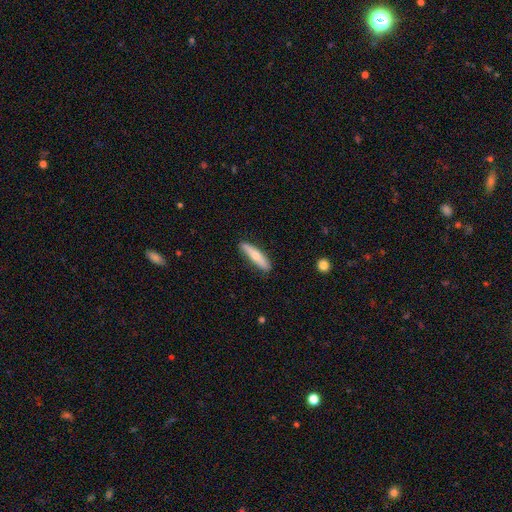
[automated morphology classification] Smooth or featured?
  - smooth: 63% *
  - featured or disk: 32%
  - star or artifact: 5%
How rounded?
  - cigar-shaped: 82% *
  - in between: 17%
  - round: 2%
Merging?
  - none: 84% *
  - minor disturbance: 12%
  - major disturbance: 2%
  - merger: 1%